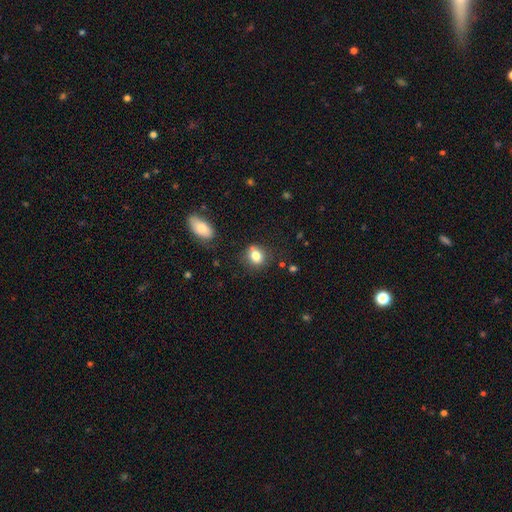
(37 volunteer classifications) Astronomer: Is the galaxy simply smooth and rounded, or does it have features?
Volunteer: smooth — 86%.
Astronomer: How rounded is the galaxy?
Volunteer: round — 66%.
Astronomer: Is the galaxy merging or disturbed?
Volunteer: none — 78%.